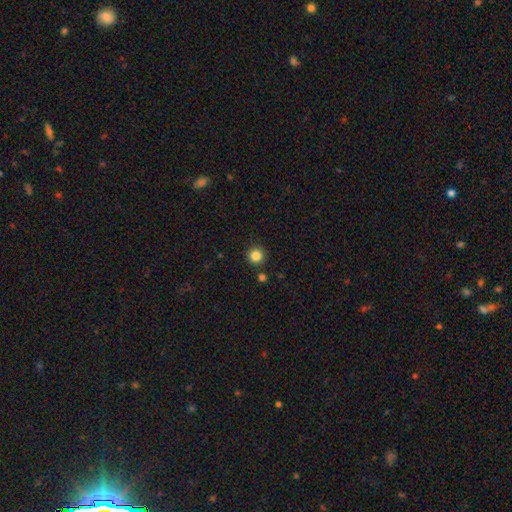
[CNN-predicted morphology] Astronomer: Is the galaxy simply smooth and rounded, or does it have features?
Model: smooth — 84%.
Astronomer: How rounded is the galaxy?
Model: round — 95%.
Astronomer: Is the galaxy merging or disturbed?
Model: none — 90%.